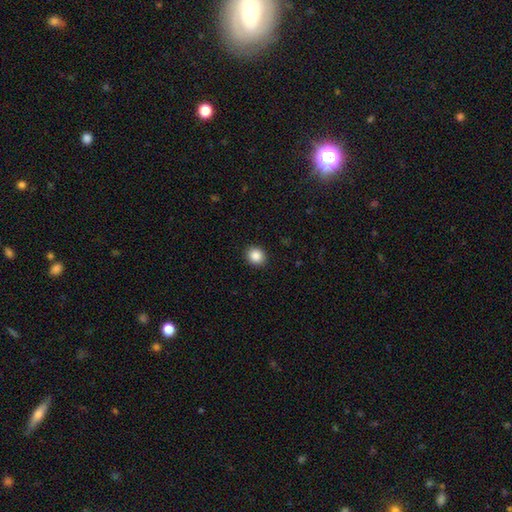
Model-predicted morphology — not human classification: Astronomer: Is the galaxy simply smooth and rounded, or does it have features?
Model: smooth — 87%.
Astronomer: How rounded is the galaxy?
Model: round — 72%.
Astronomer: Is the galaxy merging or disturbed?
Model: none — 91%.